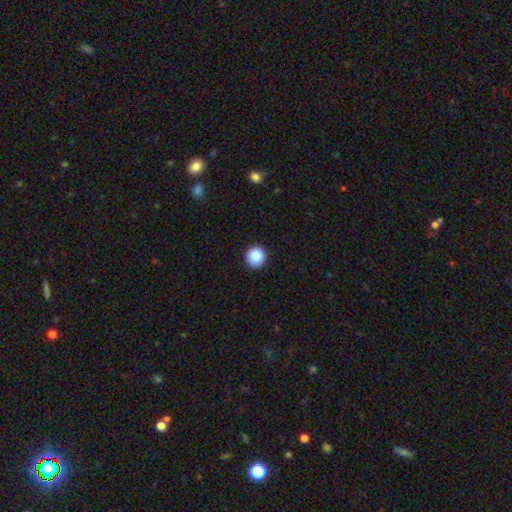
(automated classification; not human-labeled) A smooth galaxy with no disk features (87%) that is round (94%). Merging: none (93%).